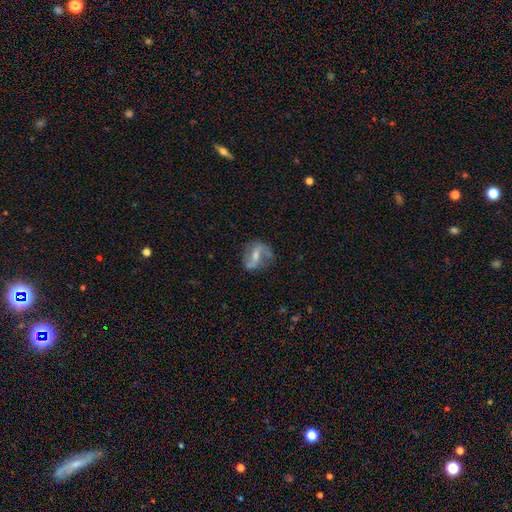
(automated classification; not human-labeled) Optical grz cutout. It shows a featured or disk galaxy (74%) with a strong bar (40%), 2 (83%) loose (48%) spiral arms (86%) and a moderate central bulge (46%). Merging: none (70%).